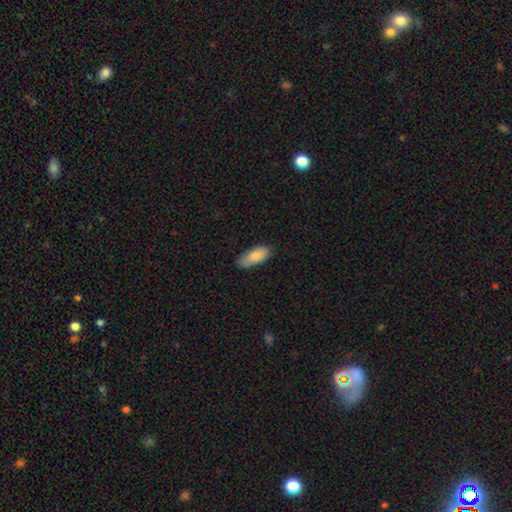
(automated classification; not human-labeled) smooth-or-featured: smooth: 84% | featured or disk: 10% | star or artifact: 6%
  how-rounded: in between: 84% | cigar-shaped: 14% | round: 2%
  merging: none: 79% | minor disturbance: 17% | major disturbance: 3% | merger: 1%